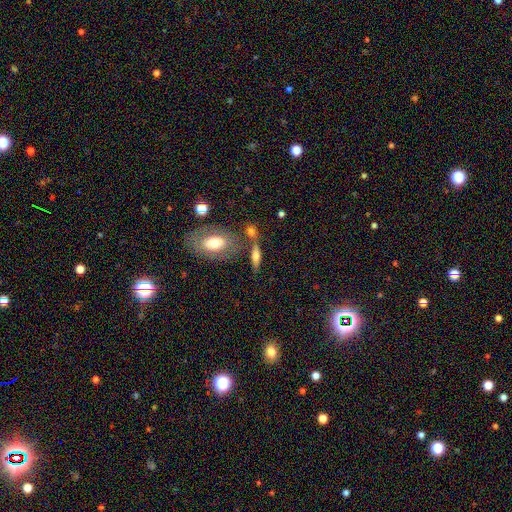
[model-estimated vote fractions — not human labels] This is possibly a smooth galaxy (57%). How rounded: possibly in between (53%). Merging: possibly none (59%).